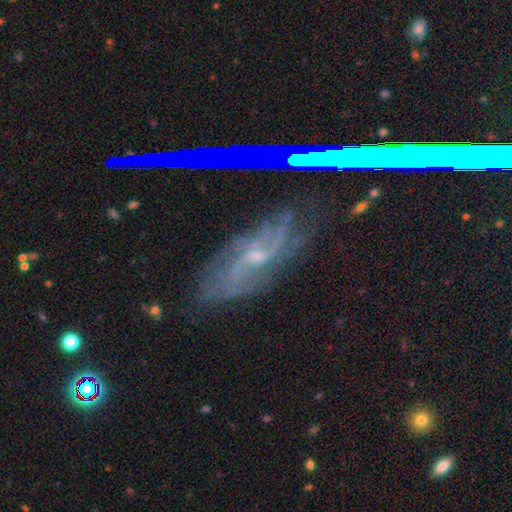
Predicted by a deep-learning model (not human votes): Morphology: type=featured or disk (67%); edge-on=no (78%); bar=no (49%); spiral arms=yes (86%); bulge=small (67%); merging=none (73%).